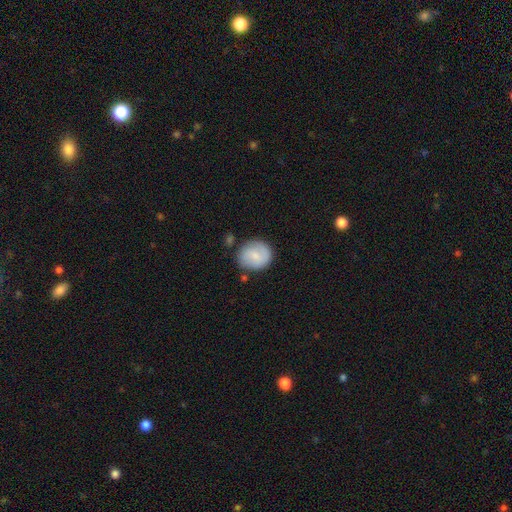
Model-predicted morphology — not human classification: smooth-or-featured: smooth: 67% | featured or disk: 26% | star or artifact: 7%
  how-rounded: round: 81% | in between: 18% | cigar-shaped: 1%
  merging: none: 73% | minor disturbance: 17% | merger: 5% | major disturbance: 5%